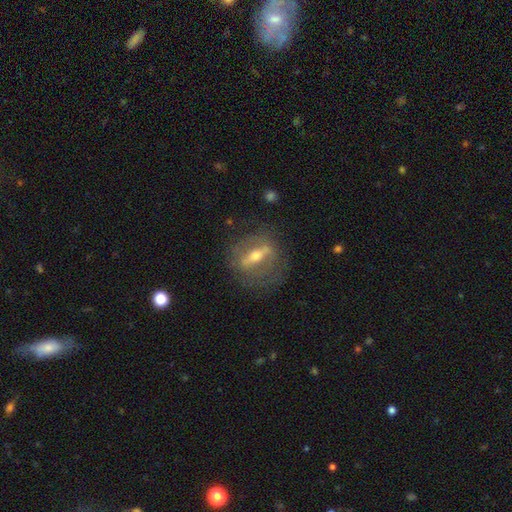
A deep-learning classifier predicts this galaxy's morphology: A featured or disk galaxy (76%).

Vote fractions:
- Smooth or featured? featured or disk: 76% / smooth: 16% / star or artifact: 8%
- Edge-on disk? no: 53% / yes: 47%
- Merging? none: 74% / minor disturbance: 14% / major disturbance: 10% / merger: 2%